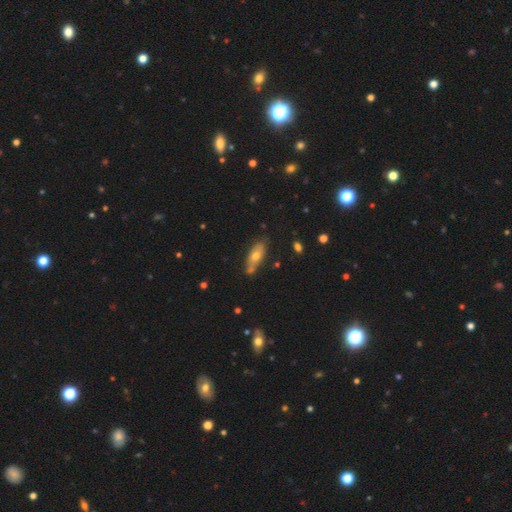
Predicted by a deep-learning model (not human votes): Smooth or featured?
  - smooth: 60% *
  - featured or disk: 32%
  - star or artifact: 8%
How rounded?
  - in between: 68% *
  - cigar-shaped: 29%
  - round: 3%
Merging?
  - none: 66% *
  - minor disturbance: 20%
  - merger: 10%
  - major disturbance: 4%